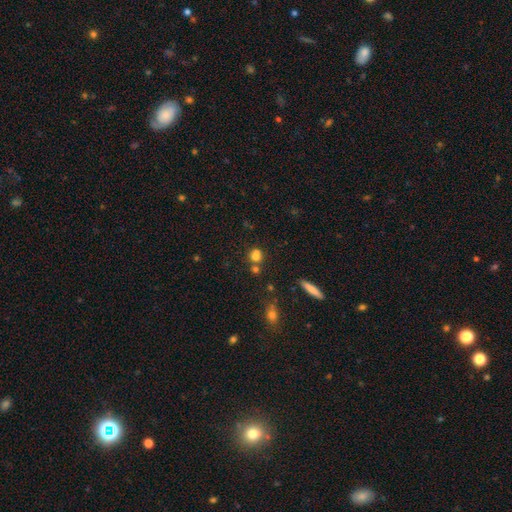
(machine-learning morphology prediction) Smooth or featured: smooth — 70% (star or artifact — 17%)
How rounded: round — 74% (in between — 24%)
Merging: none — 44% (merger — 43%)